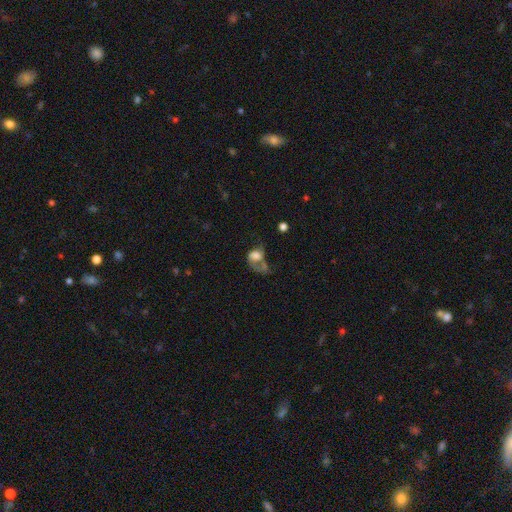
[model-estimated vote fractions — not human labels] Smooth or featured? Predicted: smooth (p=0.56). How rounded? Predicted: in between (p=0.63). Merging? Predicted: major disturbance (p=0.47).